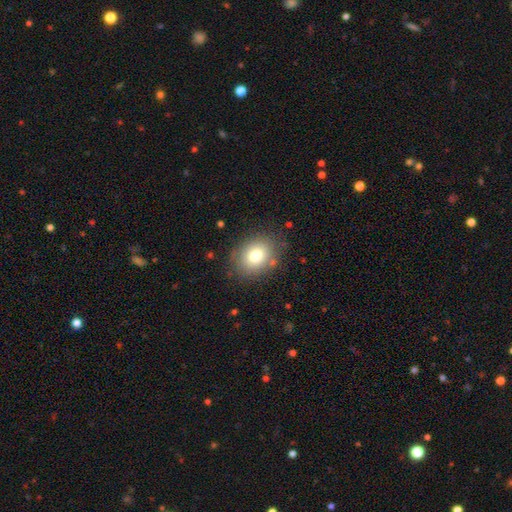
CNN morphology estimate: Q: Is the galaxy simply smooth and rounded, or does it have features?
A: smooth — 77%.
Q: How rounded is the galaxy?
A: round — 51%.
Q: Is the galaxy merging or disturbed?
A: none — 82%.